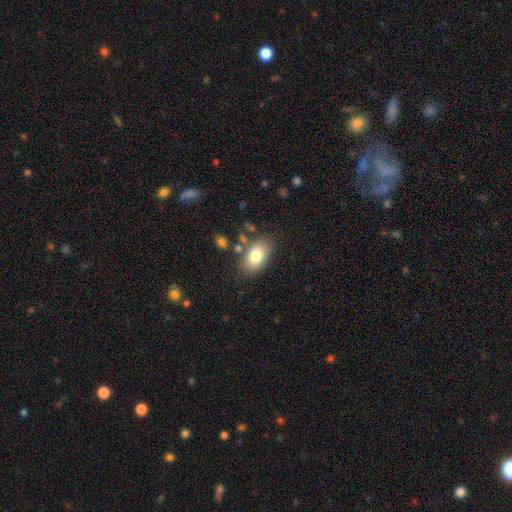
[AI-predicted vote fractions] Smooth or featured? Predicted: smooth (p=0.78). How rounded? Predicted: in between (p=0.89). Merging? Predicted: none (p=0.76).